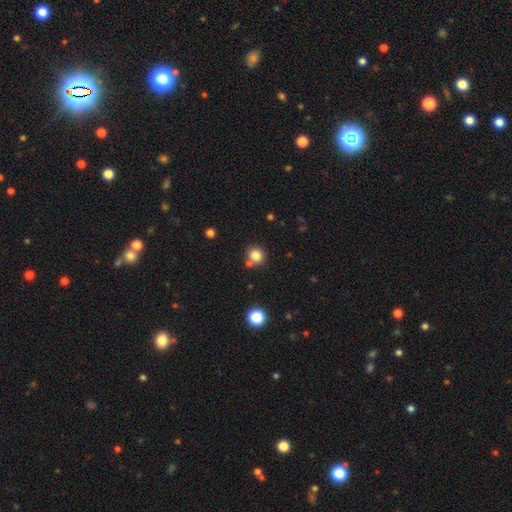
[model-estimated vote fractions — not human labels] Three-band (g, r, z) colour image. It shows a smooth galaxy with no disk features (82%) that is round (87%). Merging: none (73%).